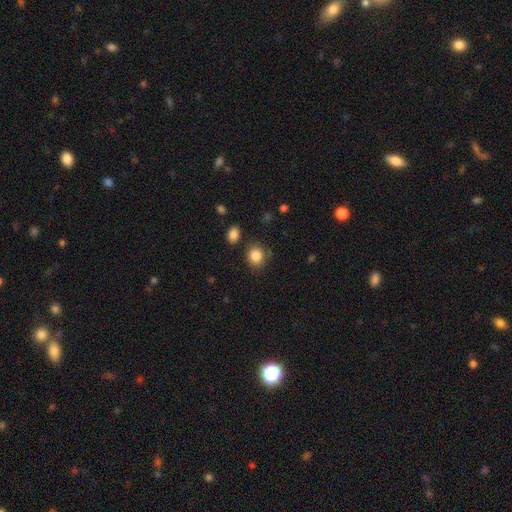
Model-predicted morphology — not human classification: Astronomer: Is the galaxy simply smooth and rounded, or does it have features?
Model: smooth — 86%.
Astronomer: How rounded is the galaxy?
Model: round — 74%.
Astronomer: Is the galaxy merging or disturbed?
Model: none — 78%.